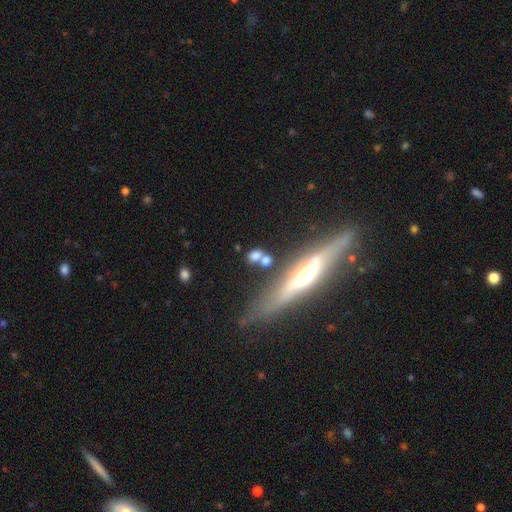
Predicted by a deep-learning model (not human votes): smooth 65%, featured or disk 23%, star or artifact 11%. Down the decision tree: how rounded — round (46%); merging — none (57%).